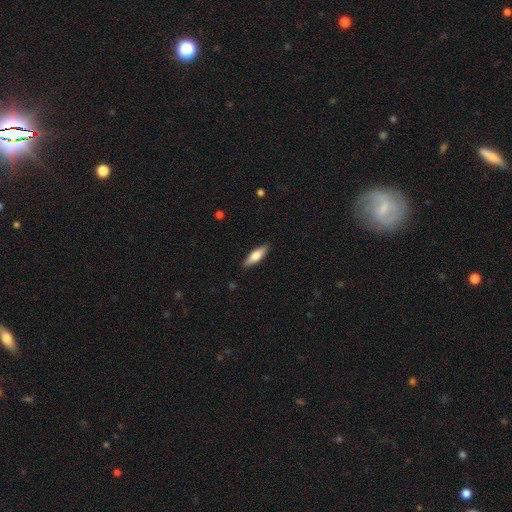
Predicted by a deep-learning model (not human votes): A smooth galaxy with no disk features (68%) that is in between round and cigar-shaped (50%). Merging: none (89%).